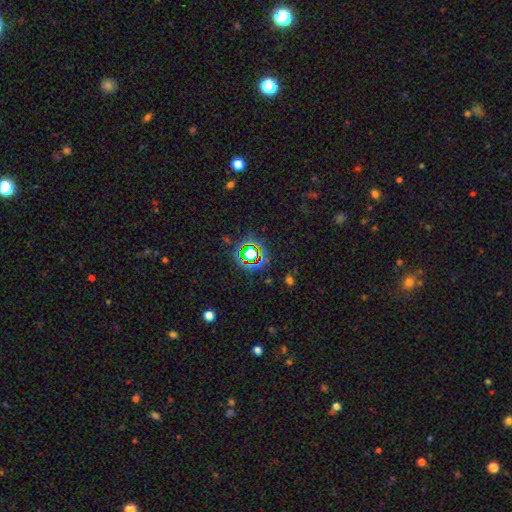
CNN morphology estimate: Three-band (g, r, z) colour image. It shows a star or artifact, not a galaxy (74%).